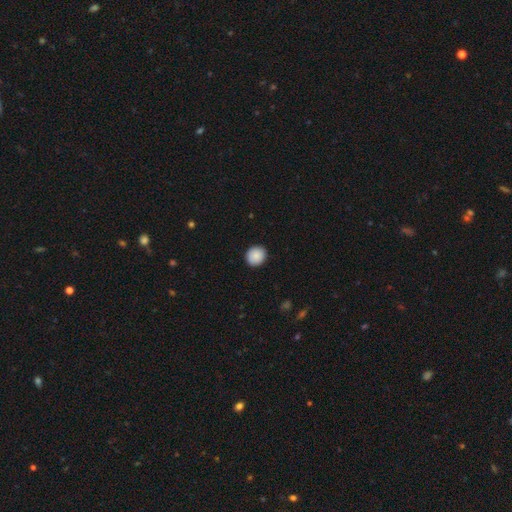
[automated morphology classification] Smooth or featured? smooth (89%)
How rounded? round (87%)
Merging? none (92%)